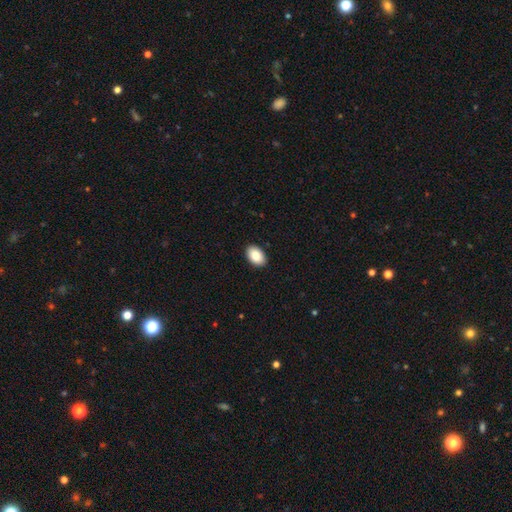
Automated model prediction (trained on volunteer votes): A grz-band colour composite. It shows a smooth galaxy with no disk features (88%) that is in between round and cigar-shaped (90%). Merging: none (91%).